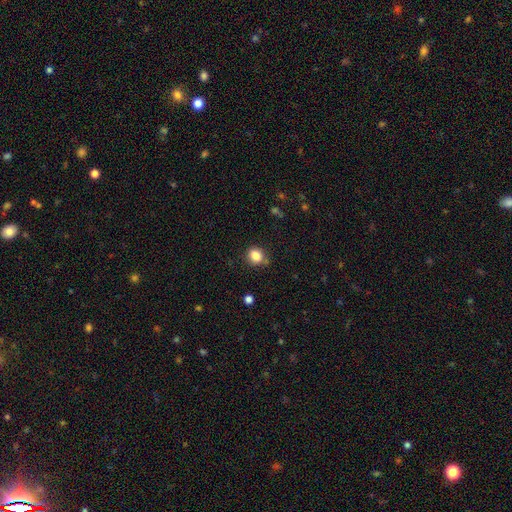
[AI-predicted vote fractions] A smooth galaxy with no disk features (84%) that is round (74%).

Vote fractions:
- Smooth or featured? smooth: 84% / star or artifact: 11% / featured or disk: 5%
- How rounded? round: 74% / in between: 25% / cigar-shaped: 1%
- Merging? none: 79% / minor disturbance: 14% / merger: 4% / major disturbance: 3%